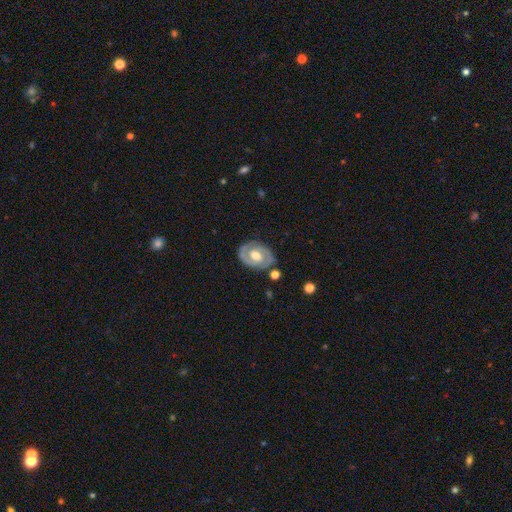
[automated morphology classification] Q: Smooth or featured?
A: featured or disk (78%); runner-up: smooth (18%)
Q: Edge-on disk?
A: no (96%); runner-up: yes (4%)
Q: Bar?
A: no (49%); runner-up: weak (39%)
Q: Spiral arms?
A: yes (80%); runner-up: no (20%)
Q: Spiral winding?
A: tight (54%); runner-up: medium (37%)
Q: Spiral arm count?
A: 2 (82%); runner-up: can't tell (9%)
Q: Bulge size?
A: moderate (66%); runner-up: large (24%)
Q: Merging?
A: none (78%); runner-up: minor disturbance (14%)